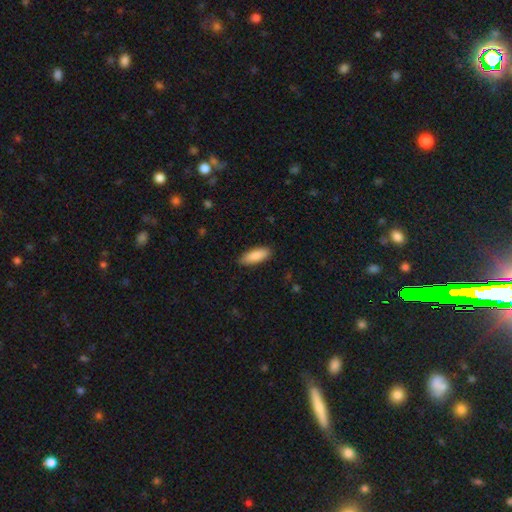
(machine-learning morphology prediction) This is clearly a smooth galaxy (86%). How rounded: likely in between (70%). Merging: clearly none (87%).